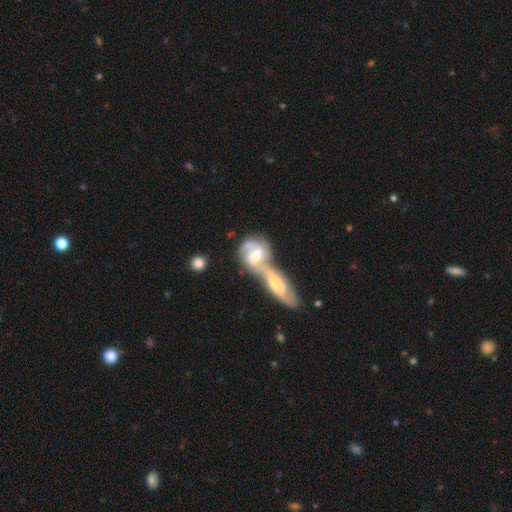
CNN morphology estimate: featured or disk 70%, smooth 24%, star or artifact 6%. Down the decision tree: edge-on disk — no (91%); bar — no (42%, tied with weak); spiral arms — yes (85%); spiral arm count — 2 (56%); spiral winding — medium (44%); bulge size — moderate (64%); merging — merger (74%).